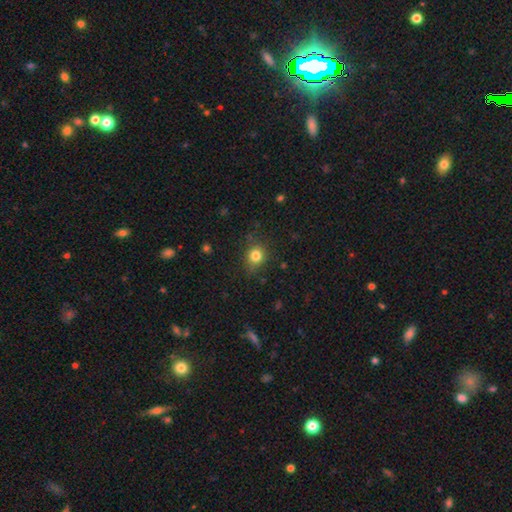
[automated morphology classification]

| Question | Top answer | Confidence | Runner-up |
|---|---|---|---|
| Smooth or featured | smooth | 81% | star or artifact (12%) |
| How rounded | round | 76% | in between (23%) |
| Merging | none | 80% | minor disturbance (15%) |